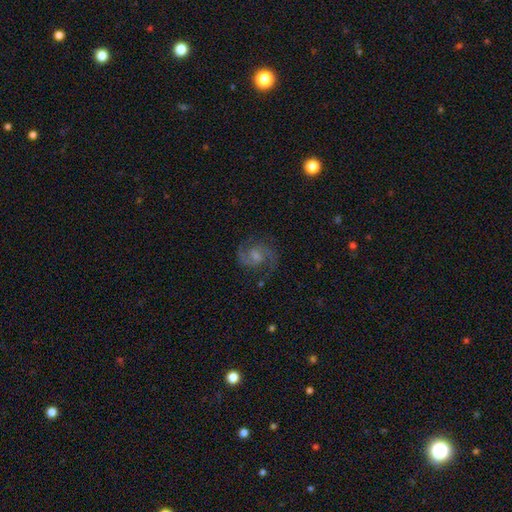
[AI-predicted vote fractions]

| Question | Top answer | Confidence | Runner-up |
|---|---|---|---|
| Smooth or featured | featured or disk | 88% | star or artifact (6%) |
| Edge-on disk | no | 98% | yes (2%) |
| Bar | weak | 54% | no (36%) |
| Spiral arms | yes | 98% | no (2%) |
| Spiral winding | medium | 63% | tight (19%) |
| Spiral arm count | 2 | 93% | can't tell (2%) |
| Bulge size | small | 40% | moderate (35%) |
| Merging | none | 80% | minor disturbance (13%) |